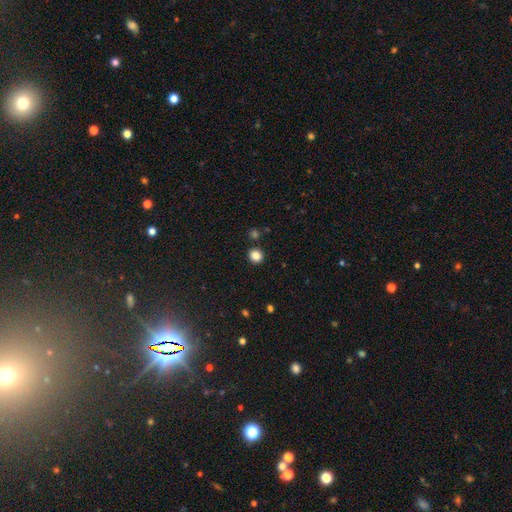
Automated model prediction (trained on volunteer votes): smooth_or_featured: smooth (p=0.85) [alt: star or artifact p=0.11]
how_rounded: round (p=0.88) [alt: in between p=0.11]
merging: none (p=0.89) [alt: minor disturbance p=0.06]